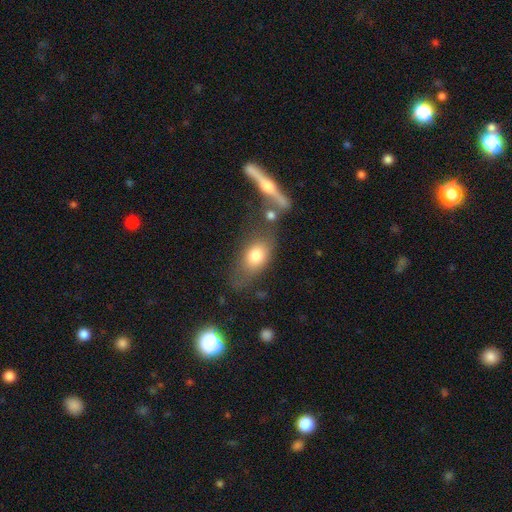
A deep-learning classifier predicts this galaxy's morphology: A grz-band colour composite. It shows a smooth galaxy with no disk features (74%) that is in between round and cigar-shaped (79%). Merging: none (50%).